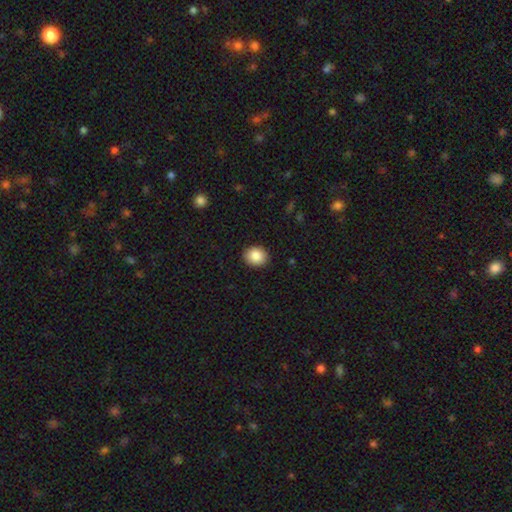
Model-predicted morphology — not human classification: The model was most divided on "how rounded": round: 65%, in between: 34%, cigar-shaped: 1%. More confident: merging — none (91%); smooth or featured — smooth (86%).